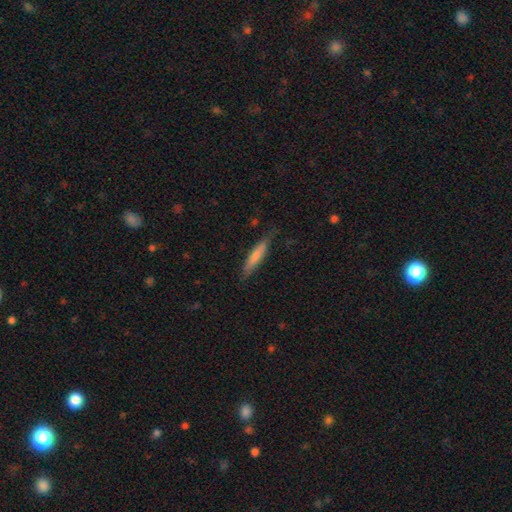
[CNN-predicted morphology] Smooth or featured: smooth — 71% (featured or disk — 23%)
How rounded: cigar-shaped — 87% (in between — 12%)
Merging: none — 76% (minor disturbance — 19%)